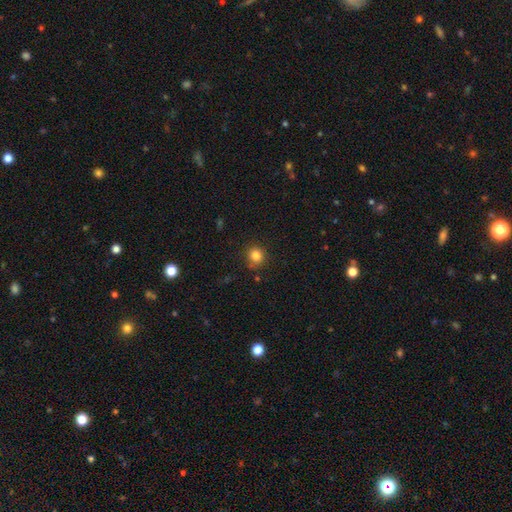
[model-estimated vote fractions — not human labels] Smooth or featured? Predicted: smooth (p=0.83). How rounded? Predicted: round (p=0.87). Merging? Predicted: none (p=0.83).